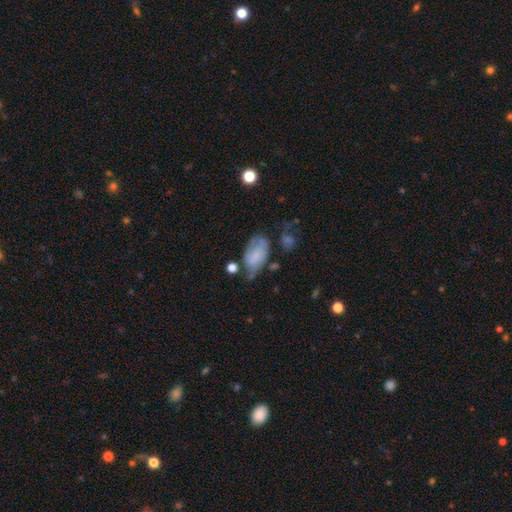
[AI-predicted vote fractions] Smooth or featured?
  - smooth: 63% *
  - featured or disk: 28%
  - star or artifact: 9%
How rounded?
  - in between: 91% *
  - round: 7%
  - cigar-shaped: 2%
Merging?
  - none: 34% *
  - minor disturbance: 33%
  - major disturbance: 24%
  - merger: 9%